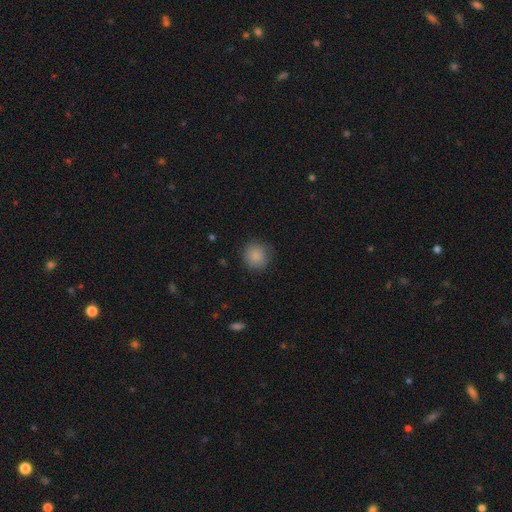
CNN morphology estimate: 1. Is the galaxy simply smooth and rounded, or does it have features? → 87% smooth, 9% star or artifact, 4% featured or disk.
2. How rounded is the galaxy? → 91% round, 8% in between, 1% cigar-shaped.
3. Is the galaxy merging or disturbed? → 84% none, 12% minor disturbance, 3% major disturbance, 1% merger.